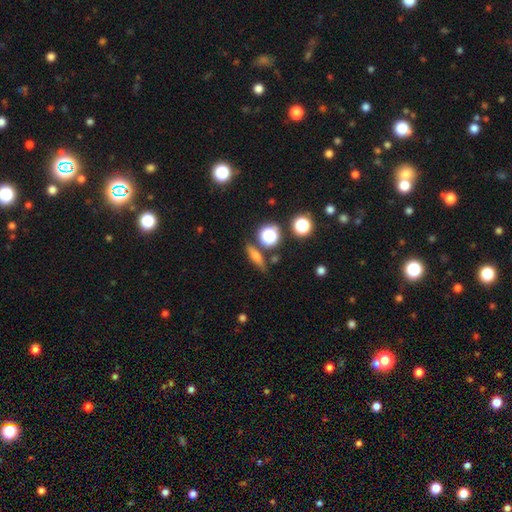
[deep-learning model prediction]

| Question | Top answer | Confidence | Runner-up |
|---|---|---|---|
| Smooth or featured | smooth | 57% | featured or disk (28%) |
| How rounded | cigar-shaped | 54% | in between (28%) |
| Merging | none | 79% | minor disturbance (11%) |